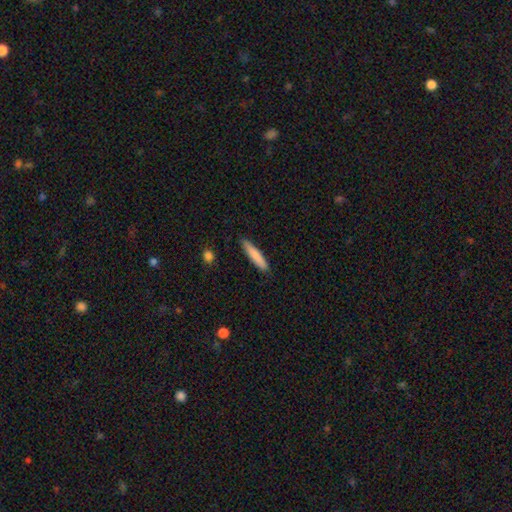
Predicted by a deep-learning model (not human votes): Q: Smooth or featured?
A: smooth (81%); runner-up: featured or disk (13%)
Q: How rounded?
A: cigar-shaped (91%); runner-up: in between (8%)
Q: Merging?
A: none (86%); runner-up: minor disturbance (10%)